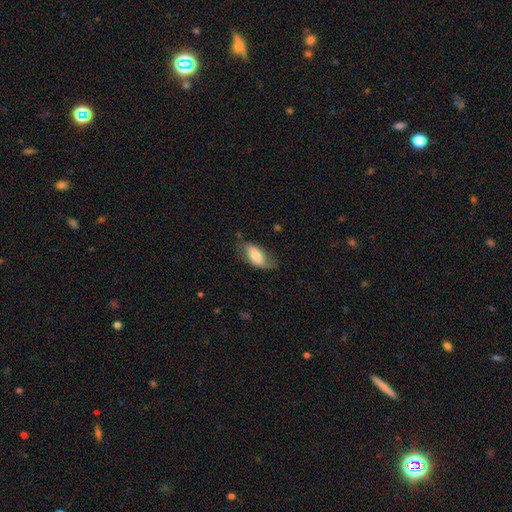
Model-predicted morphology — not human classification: Smooth or featured?
  - smooth: 69% *
  - featured or disk: 25%
  - star or artifact: 6%
How rounded?
  - in between: 88% *
  - cigar-shaped: 9%
  - round: 3%
Merging?
  - none: 60% *
  - minor disturbance: 29%
  - major disturbance: 9%
  - merger: 2%